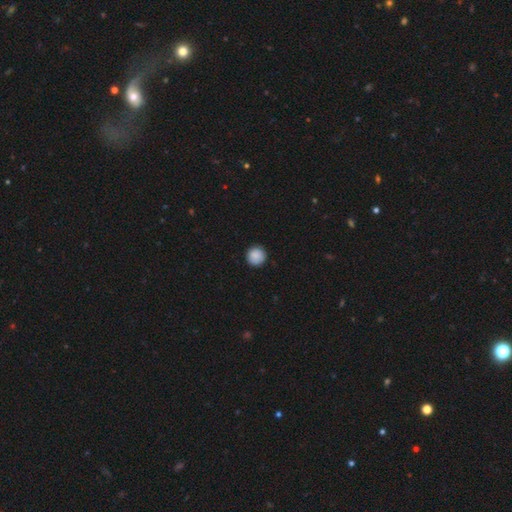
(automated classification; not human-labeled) Q: Smooth or featured?
A: smooth (89%); runner-up: star or artifact (8%)
Q: How rounded?
A: round (95%); runner-up: in between (4%)
Q: Merging?
A: none (92%); runner-up: minor disturbance (6%)